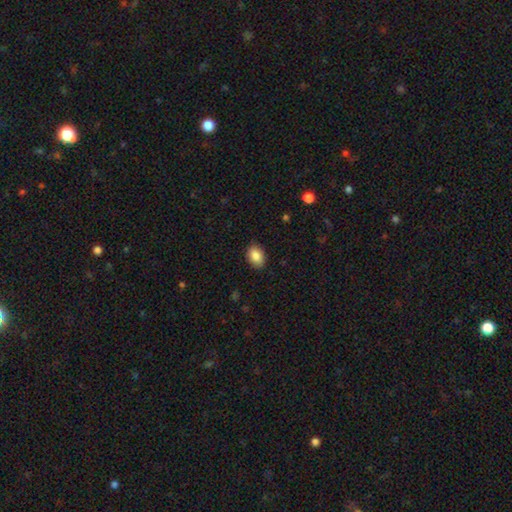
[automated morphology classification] Smooth or featured? smooth (87%)
How rounded? in between (84%)
Merging? none (87%)